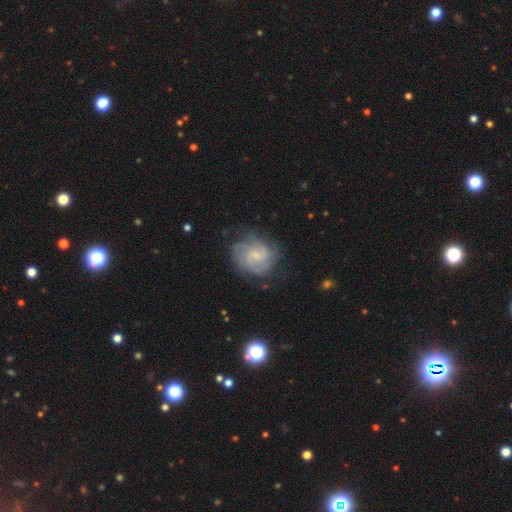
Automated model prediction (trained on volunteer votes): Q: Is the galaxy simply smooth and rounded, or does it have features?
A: featured or disk — 67%.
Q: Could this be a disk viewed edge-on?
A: no — 98%.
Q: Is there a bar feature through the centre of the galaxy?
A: no — 55%.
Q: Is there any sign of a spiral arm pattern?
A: yes — 85%.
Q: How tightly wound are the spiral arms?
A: tight — 49%.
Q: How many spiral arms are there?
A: can't tell — 40%.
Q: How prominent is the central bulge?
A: small — 62%.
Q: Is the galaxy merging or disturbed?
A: none — 62%.